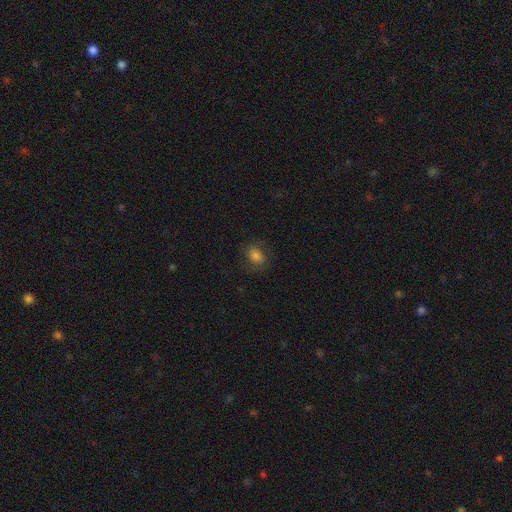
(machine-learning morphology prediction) Overall: smooth (73%). How rounded: in between (61%; round 37%). Merging: none (75%).